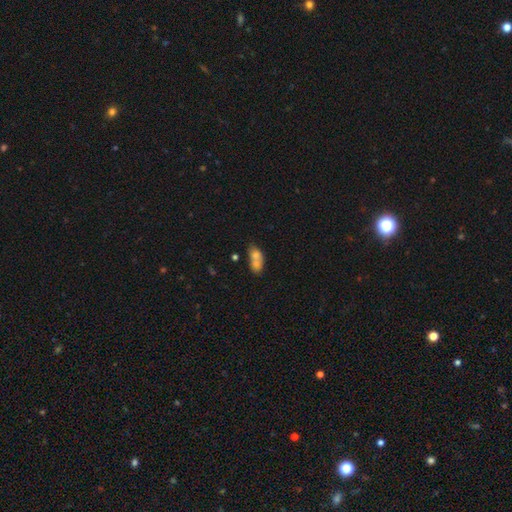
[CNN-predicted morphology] smooth 69%, featured or disk 21%, star or artifact 10%. Down the decision tree: how rounded — in between (71%); merging — merger (63%).